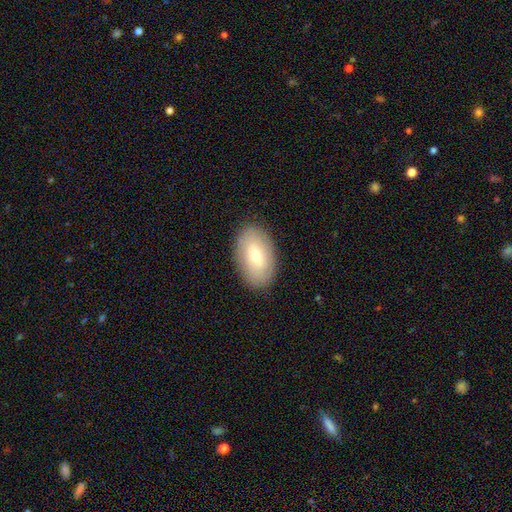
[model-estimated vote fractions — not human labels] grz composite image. It shows a smooth galaxy with no disk features (67%) that is in between round and cigar-shaped (93%). Merging: none (87%).